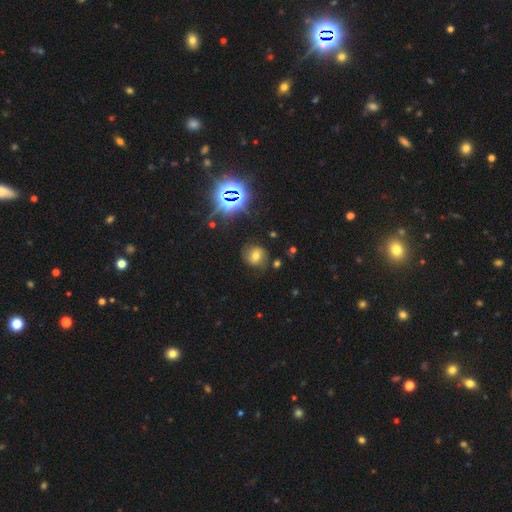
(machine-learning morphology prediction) type=smooth (48%); merging=none (77%).